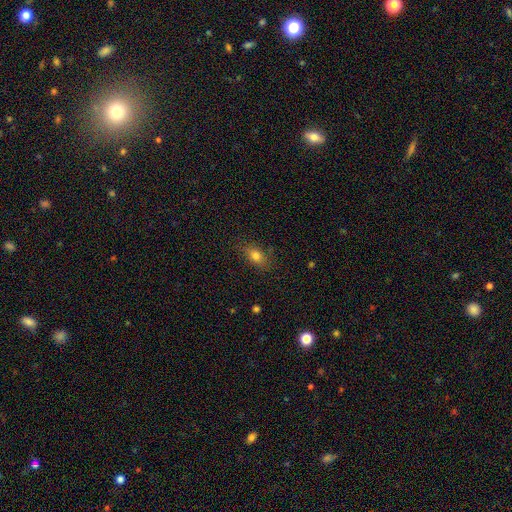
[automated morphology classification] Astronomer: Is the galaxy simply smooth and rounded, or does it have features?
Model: smooth — 78%.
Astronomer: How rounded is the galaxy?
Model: in between — 76%.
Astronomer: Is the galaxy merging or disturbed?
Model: none — 78%.